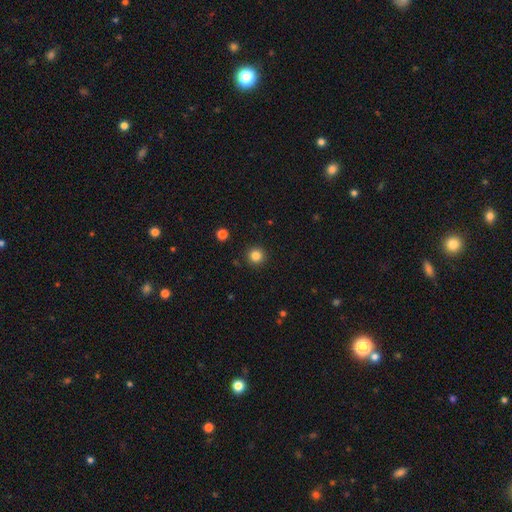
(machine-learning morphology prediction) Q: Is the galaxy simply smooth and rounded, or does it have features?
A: smooth — 84%.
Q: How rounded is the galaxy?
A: round — 96%.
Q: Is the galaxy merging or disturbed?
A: none — 92%.